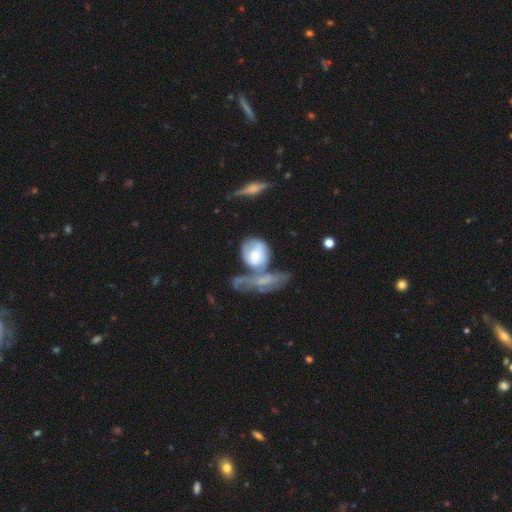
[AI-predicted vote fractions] Overall: smooth (50%; featured or disk 44%). Merging: merger (55%; none 18%).